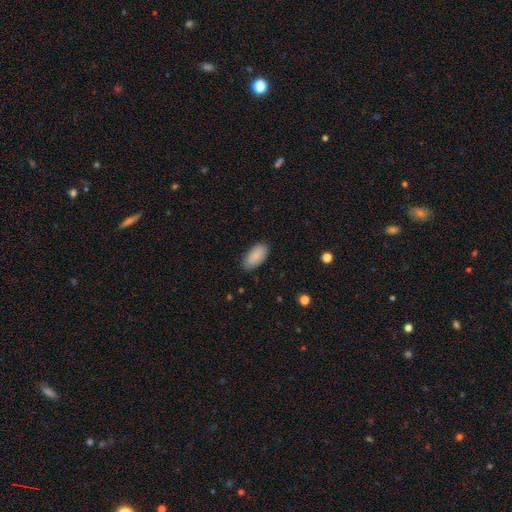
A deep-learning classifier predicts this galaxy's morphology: Smooth or featured? smooth (84%)
How rounded? in between (94%)
Merging? none (83%)